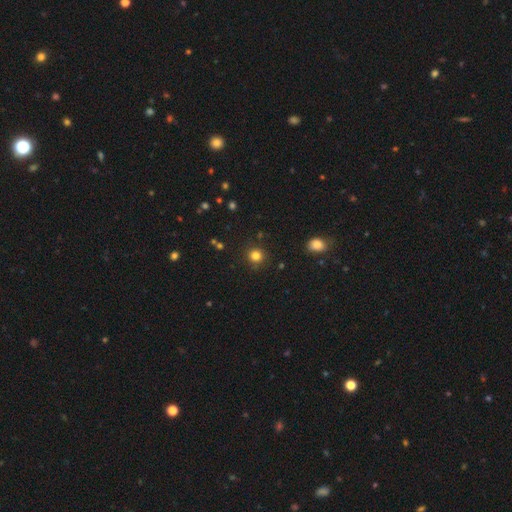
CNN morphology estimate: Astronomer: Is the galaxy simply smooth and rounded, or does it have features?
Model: smooth — 81%.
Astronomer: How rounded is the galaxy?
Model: round — 91%.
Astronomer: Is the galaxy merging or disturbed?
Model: none — 89%.